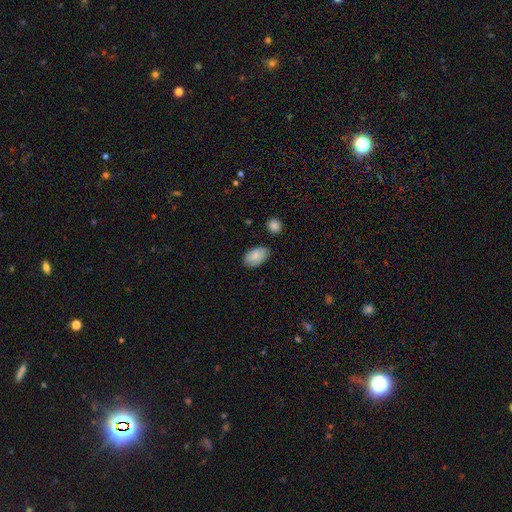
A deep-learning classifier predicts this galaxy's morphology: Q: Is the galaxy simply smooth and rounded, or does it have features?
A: smooth — 83%.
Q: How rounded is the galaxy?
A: in between — 93%.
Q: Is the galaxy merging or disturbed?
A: none — 77%.